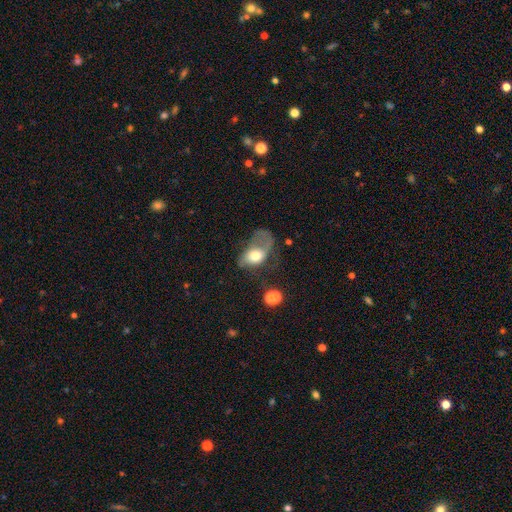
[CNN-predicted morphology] This is possibly a smooth galaxy (53%). How rounded: likely in between (75%). Merging: possibly major disturbance (59%).